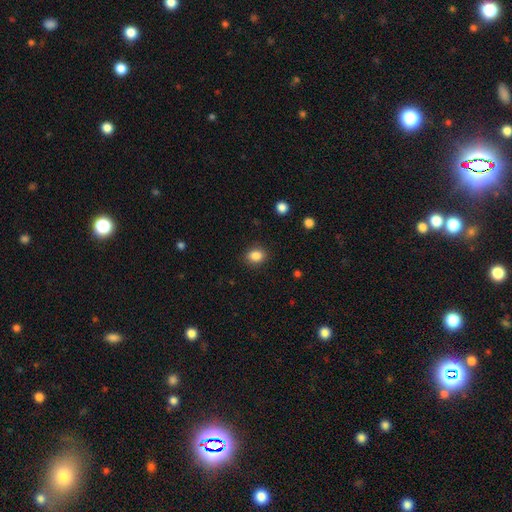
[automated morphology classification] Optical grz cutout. It shows a smooth galaxy with no disk features (86%) that is round (51%). Merging: none (88%).